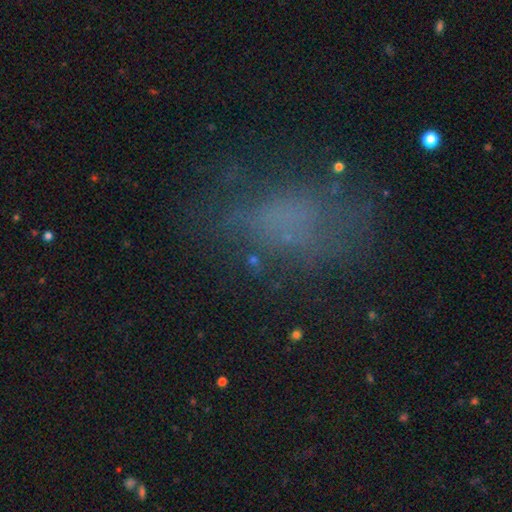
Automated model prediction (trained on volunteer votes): smooth 48%, featured or disk 27%, star or artifact 25%. Down the decision tree: merging — none (50%).